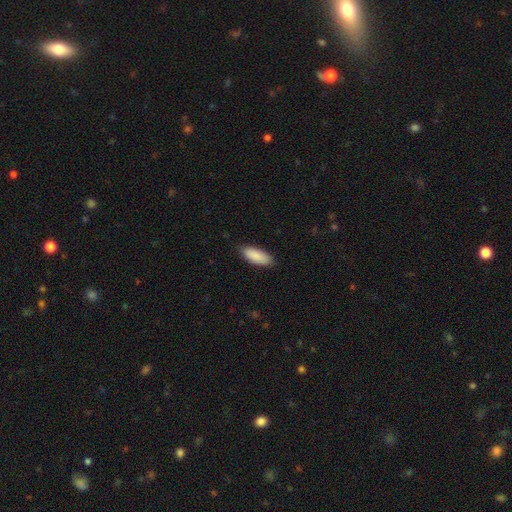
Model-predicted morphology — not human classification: Q: Smooth or featured?
A: smooth (90%); runner-up: star or artifact (6%)
Q: How rounded?
A: in between (79%); runner-up: cigar-shaped (20%)
Q: Merging?
A: none (85%); runner-up: minor disturbance (12%)